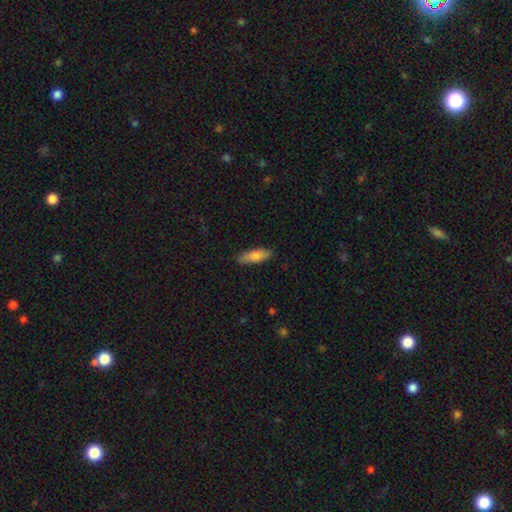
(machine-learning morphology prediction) Smooth or featured: smooth — 76% (featured or disk — 18%)
How rounded: in between — 54% (cigar-shaped — 44%)
Merging: none — 87% (minor disturbance — 10%)